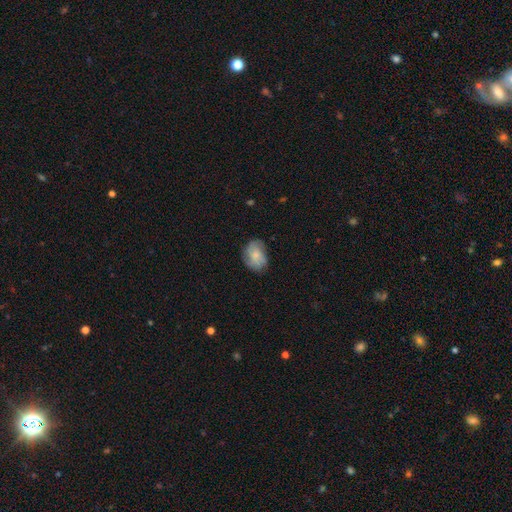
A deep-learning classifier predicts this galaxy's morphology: Smooth or featured? smooth (66%)
How rounded? in between (65%)
Merging? none (70%)